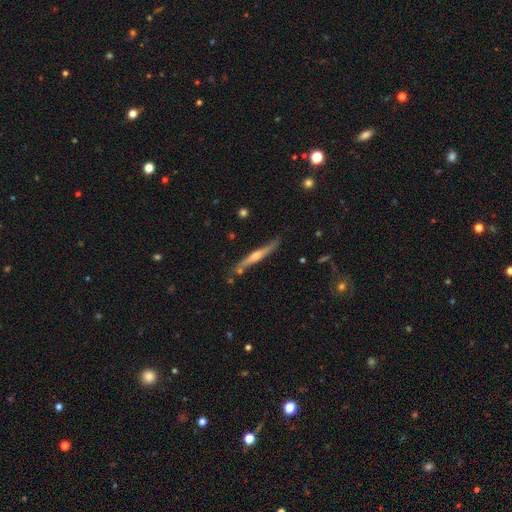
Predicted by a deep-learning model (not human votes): featured or disk 71%, smooth 23%, star or artifact 7%. Down the decision tree: edge-on disk — yes (96%); edge-on bulge — rounded (75%); merging — none (80%).